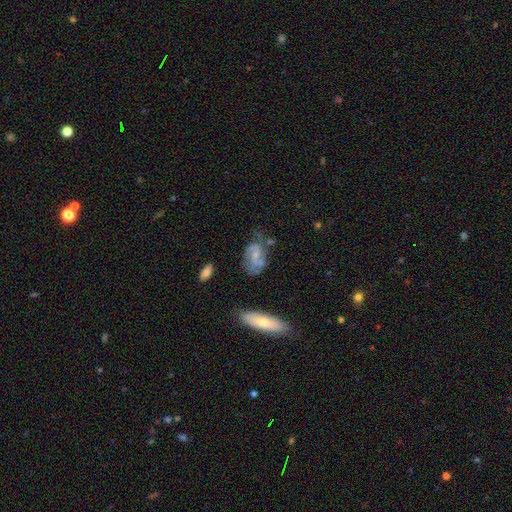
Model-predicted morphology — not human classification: Q: Smooth or featured?
A: featured or disk (66%); runner-up: smooth (26%)
Q: Edge-on disk?
A: no (95%); runner-up: yes (5%)
Q: Bar?
A: no (45%); runner-up: weak (44%)
Q: Spiral arms?
A: yes (83%); runner-up: no (17%)
Q: Spiral winding?
A: medium (45%); runner-up: loose (32%)
Q: Spiral arm count?
A: 2 (74%); runner-up: can't tell (14%)
Q: Bulge size?
A: small (50%); runner-up: moderate (24%)
Q: Merging?
A: none (51%); runner-up: minor disturbance (26%)